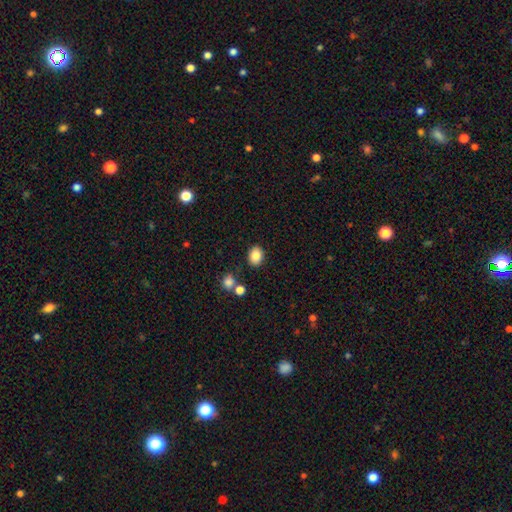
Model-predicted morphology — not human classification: A smooth galaxy with no disk features (85%) that is in between round and cigar-shaped (64%).

Vote fractions:
- Smooth or featured? smooth: 85% / star or artifact: 9% / featured or disk: 5%
- How rounded? in between: 64% / round: 35% / cigar-shaped: 1%
- Merging? none: 82% / minor disturbance: 10% / merger: 4% / major disturbance: 3%